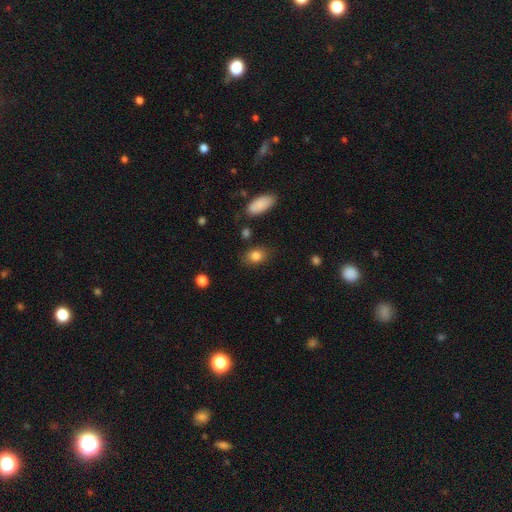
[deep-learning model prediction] Smooth or featured? smooth (84%)
How rounded? in between (73%)
Merging? none (80%)